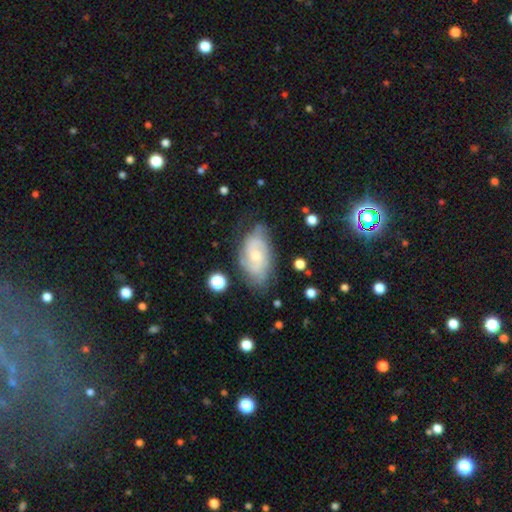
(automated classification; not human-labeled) Morphology: type=featured or disk (73%); edge-on=no (95%); bar=no (67%); spiral arms=yes (91%); winding=tight (47%); arm count=2 (40%); bulge=small (56%); merging=none (65%).